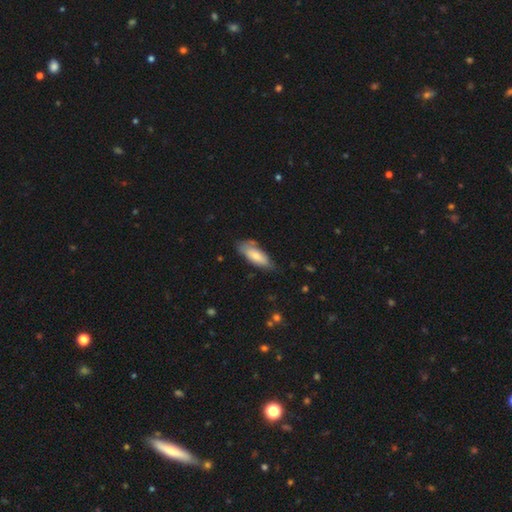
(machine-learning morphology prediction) A smooth galaxy with no disk features (75%) that is in between round and cigar-shaped (72%).

Vote fractions:
- Smooth or featured? smooth: 75% / featured or disk: 19% / star or artifact: 6%
- How rounded? in between: 72% / cigar-shaped: 27% / round: 2%
- Merging? none: 64% / minor disturbance: 27% / major disturbance: 5% / merger: 3%